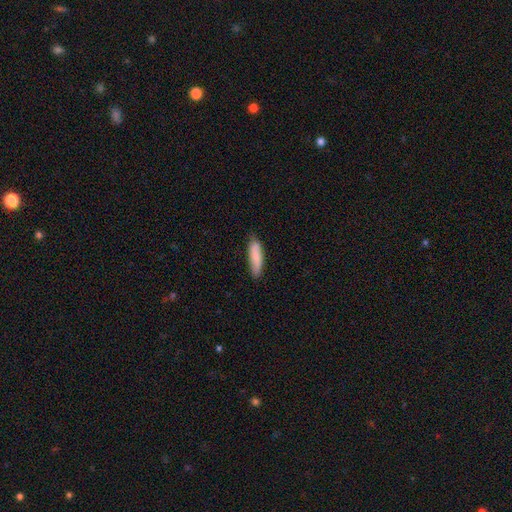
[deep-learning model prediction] Smooth or featured? Predicted: smooth (p=0.83). How rounded? Predicted: cigar-shaped (p=0.65). Merging? Predicted: none (p=0.79).